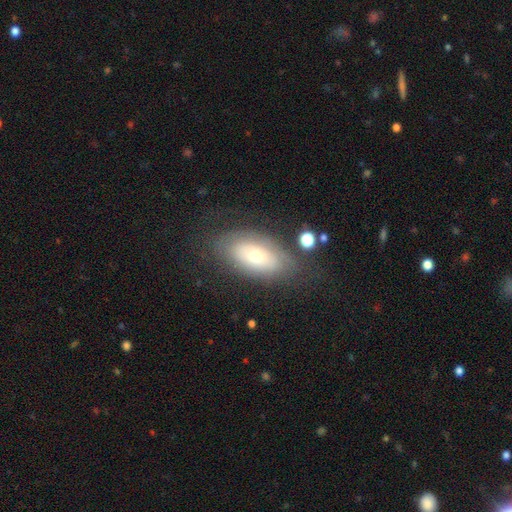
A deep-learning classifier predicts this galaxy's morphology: Overall: smooth (51%; featured or disk 40%). How rounded: in between (90%). Merging: none (68%).